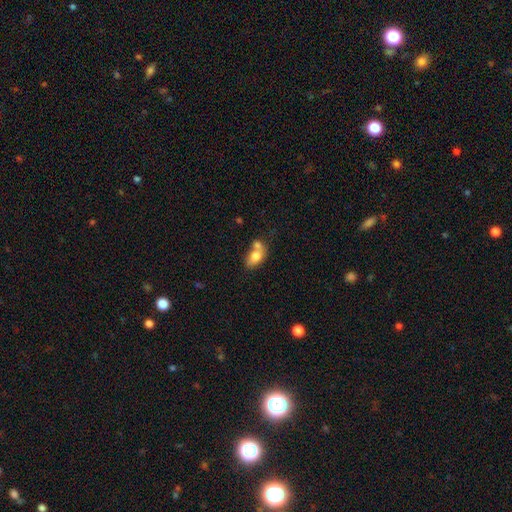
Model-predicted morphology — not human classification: Smooth or featured? smooth (76%)
How rounded? in between (83%)
Merging? merger (51%)